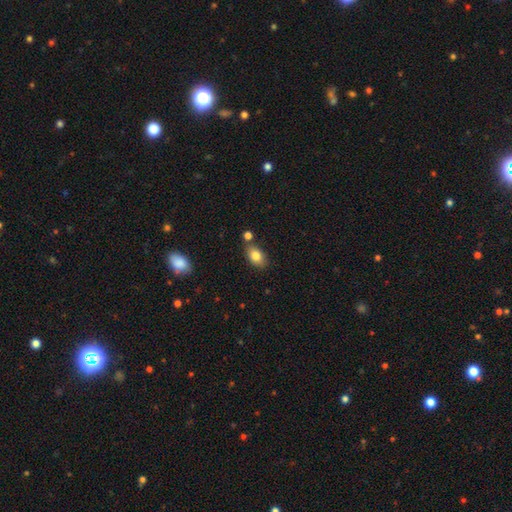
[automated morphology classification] Smooth or featured? smooth (82%)
How rounded? in between (83%)
Merging? none (71%)